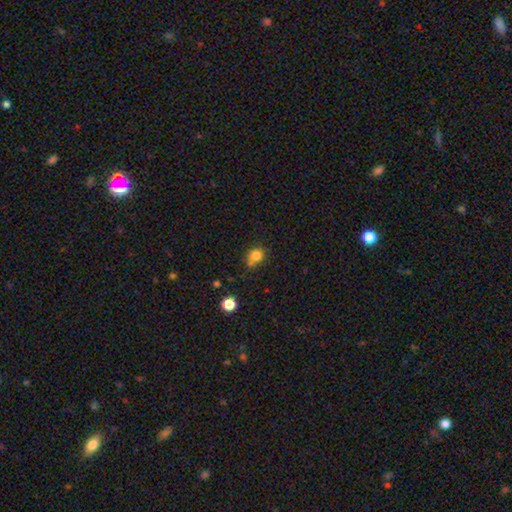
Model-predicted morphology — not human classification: Smooth or featured: smooth — 80% (star or artifact — 12%)
How rounded: round — 75% (in between — 24%)
Merging: none — 56% (minor disturbance — 20%)